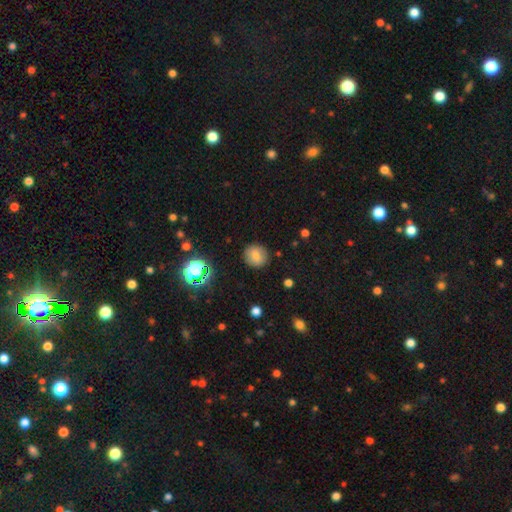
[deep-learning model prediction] A smooth galaxy with no disk features (74%) that is round (89%). Merging: none (88%).